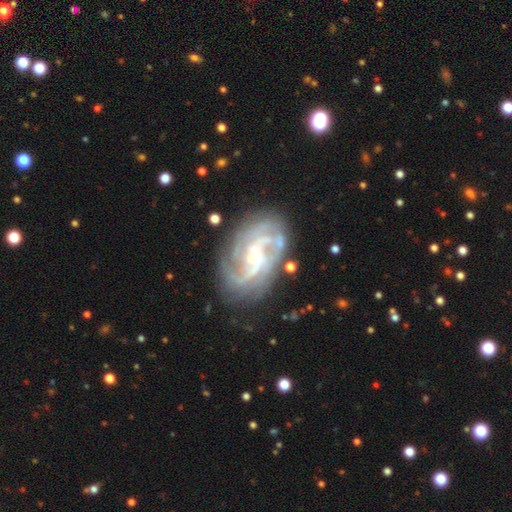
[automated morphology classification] smooth_or_featured: featured or disk (p=0.89) [alt: star or artifact p=0.06]
disk_edge_on: no (p=0.97) [alt: yes p=0.03]
bar: no (p=0.44) [alt: weak p=0.41]
has_spiral_arms: yes (p=0.97) [alt: no p=0.03]
spiral_winding: medium (p=0.45) [alt: tight p=0.38]
spiral_arm_count: 2 (p=0.29) [alt: 3 p=0.22]
bulge_size: small (p=0.76) [alt: moderate p=0.17]
merging: none (p=0.71) [alt: minor disturbance p=0.18]